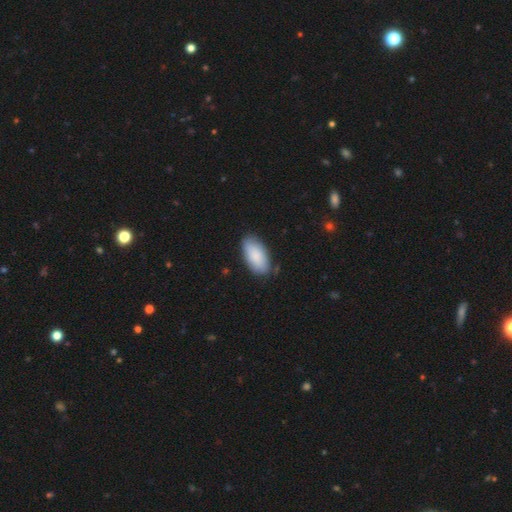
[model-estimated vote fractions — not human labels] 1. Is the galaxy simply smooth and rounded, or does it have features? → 87% smooth, 8% featured or disk, 5% star or artifact.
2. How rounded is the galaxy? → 94% in between, 4% cigar-shaped, 2% round.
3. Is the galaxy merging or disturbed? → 79% none, 16% minor disturbance, 3% major disturbance, 2% merger.